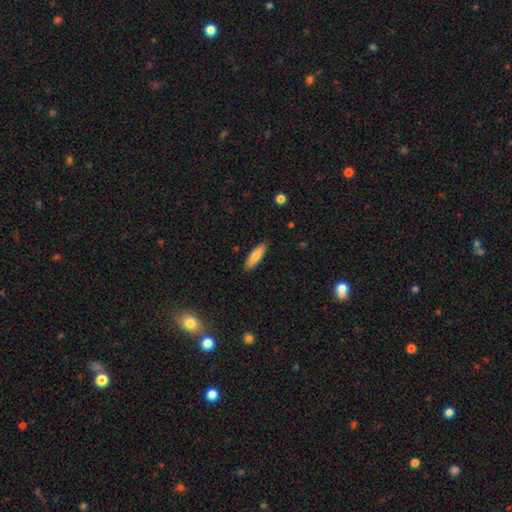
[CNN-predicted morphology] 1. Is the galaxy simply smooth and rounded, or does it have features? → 78% smooth, 15% featured or disk, 6% star or artifact.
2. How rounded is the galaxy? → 53% cigar-shaped, 45% in between, 2% round.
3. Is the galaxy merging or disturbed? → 88% none, 9% minor disturbance, 2% major disturbance, 1% merger.